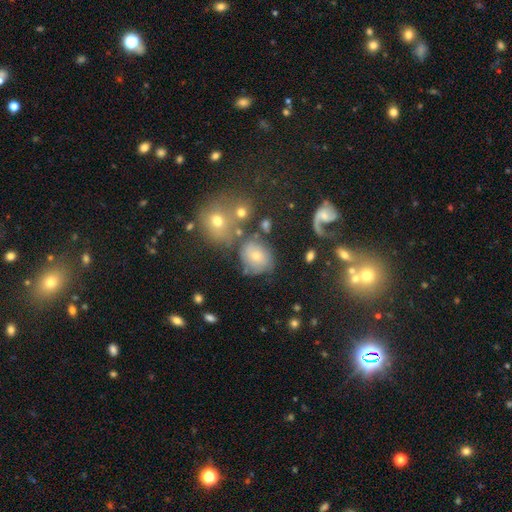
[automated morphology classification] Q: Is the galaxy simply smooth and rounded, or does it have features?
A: smooth — 47%.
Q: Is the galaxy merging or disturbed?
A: none — 58%.